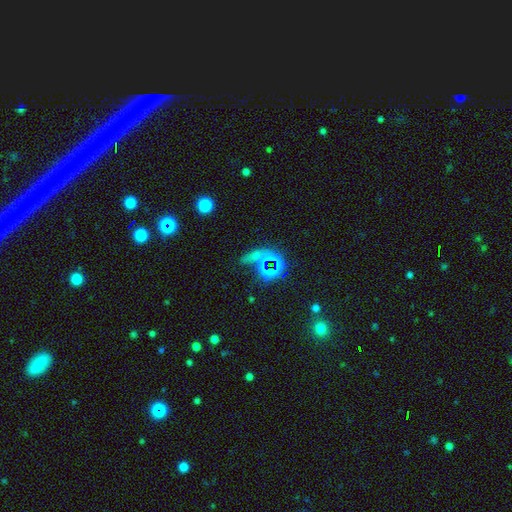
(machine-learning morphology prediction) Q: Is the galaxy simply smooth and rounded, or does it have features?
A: star or artifact — 60%.